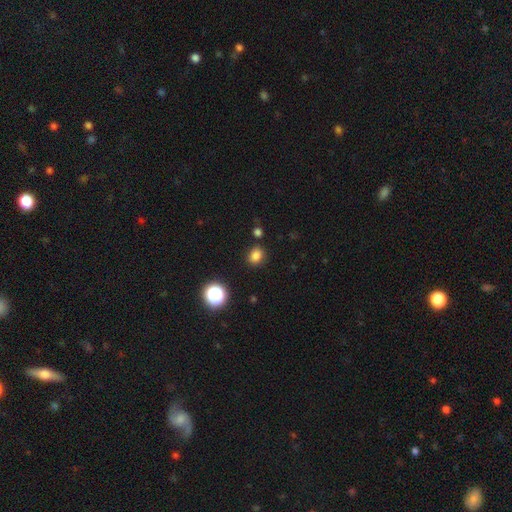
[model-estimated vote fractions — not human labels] This is clearly a smooth galaxy (81%). How rounded: likely round (61%). Merging: clearly none (84%).